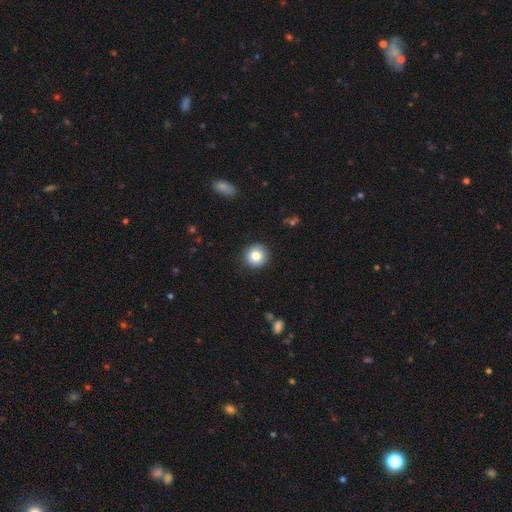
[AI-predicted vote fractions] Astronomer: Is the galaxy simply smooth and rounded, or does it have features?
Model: smooth — 82%.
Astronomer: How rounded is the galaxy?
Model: round — 94%.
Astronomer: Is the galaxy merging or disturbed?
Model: none — 92%.